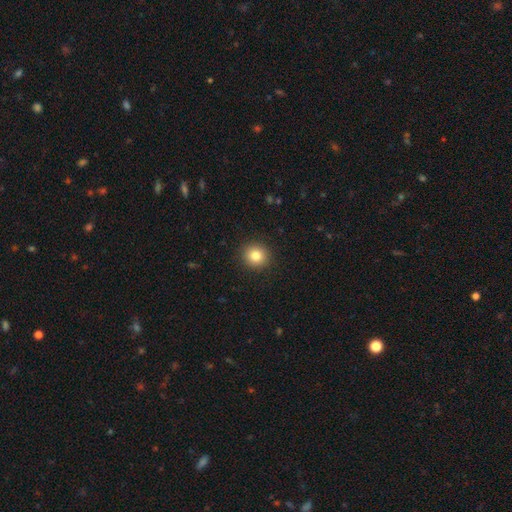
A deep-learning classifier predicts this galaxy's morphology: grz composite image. It shows a smooth galaxy with no disk features (82%) that is round (89%). Merging: none (91%).